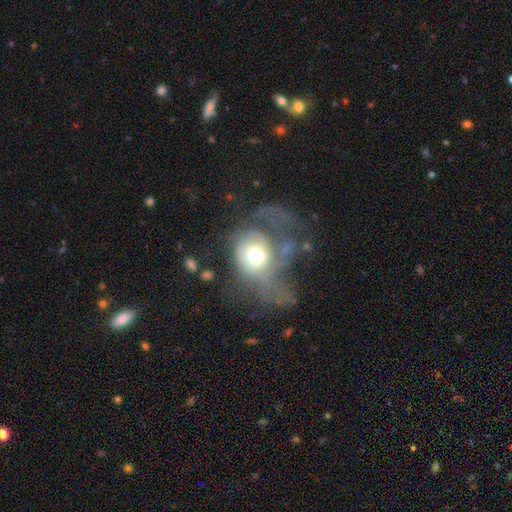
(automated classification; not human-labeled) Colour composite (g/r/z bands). It shows a featured or disk galaxy (46%). Merging: major disturbance (65%).